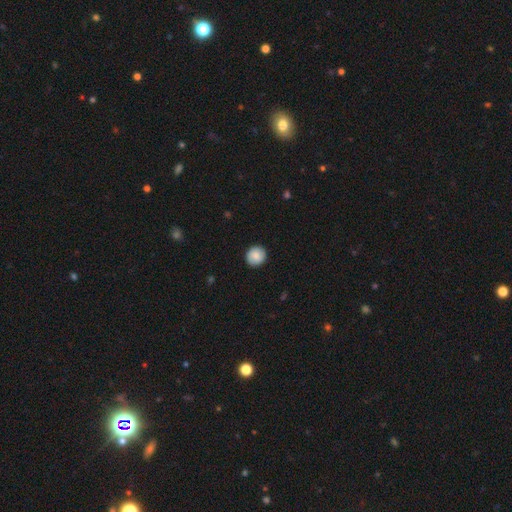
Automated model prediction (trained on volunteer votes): Q: Smooth or featured?
A: smooth (83%); runner-up: featured or disk (10%)
Q: How rounded?
A: round (90%); runner-up: in between (9%)
Q: Merging?
A: none (90%); runner-up: minor disturbance (7%)